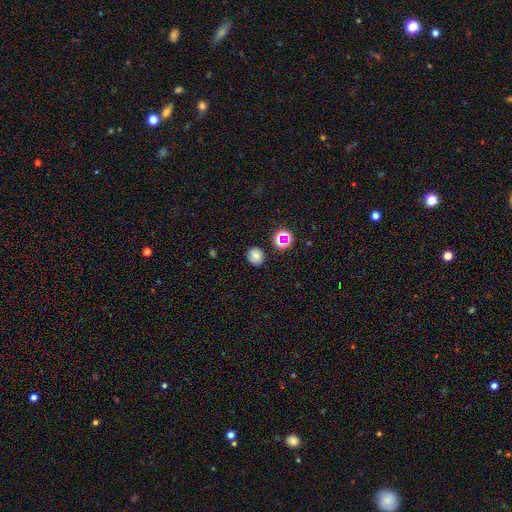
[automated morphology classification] Smooth or featured?
  - smooth: 71% *
  - star or artifact: 17%
  - featured or disk: 12%
How rounded?
  - round: 82% *
  - in between: 17%
  - cigar-shaped: 1%
Merging?
  - none: 81% *
  - minor disturbance: 13%
  - major disturbance: 3%
  - merger: 3%